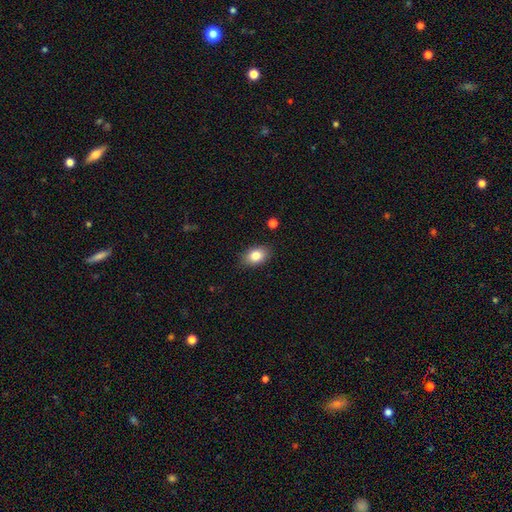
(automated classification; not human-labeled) smooth_or_featured: smooth (p=0.83) [alt: featured or disk p=0.09]
how_rounded: in between (p=0.83) [alt: round p=0.16]
merging: none (p=0.86) [alt: minor disturbance p=0.11]